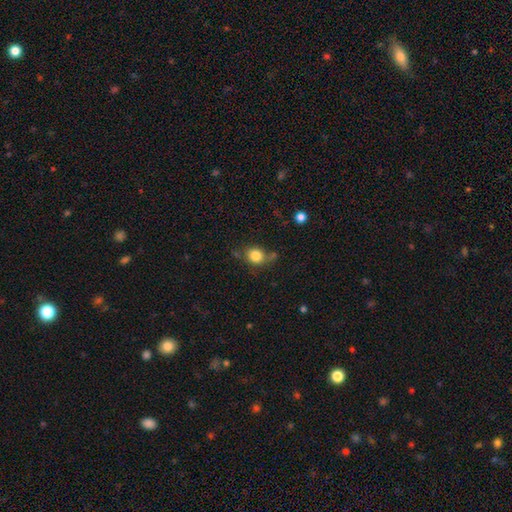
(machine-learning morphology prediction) Smooth or featured? Predicted: smooth (p=0.82). How rounded? Predicted: round (p=0.73). Merging? Predicted: none (p=0.64).